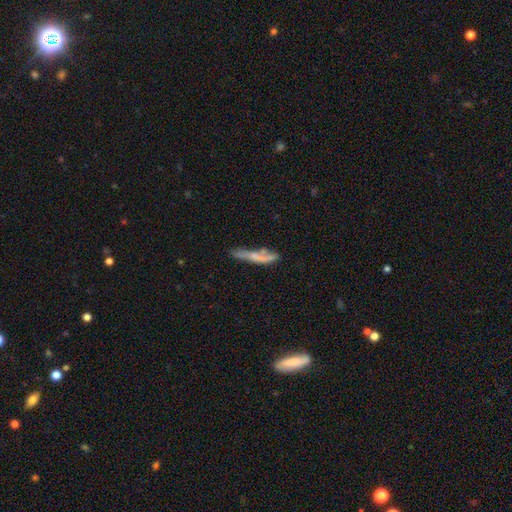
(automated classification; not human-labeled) featured or disk 47%, smooth 44%, star or artifact 9%. Down the decision tree: merging — none (53%).